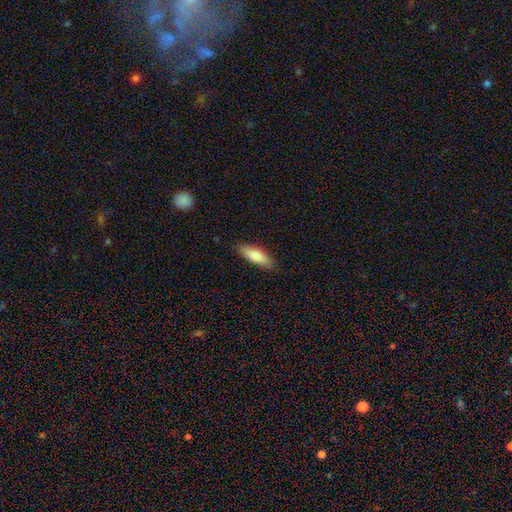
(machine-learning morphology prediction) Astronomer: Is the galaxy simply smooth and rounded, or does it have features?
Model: smooth — 83%.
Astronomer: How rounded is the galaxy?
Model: in between — 59% (runner-up: cigar-shaped, 40%).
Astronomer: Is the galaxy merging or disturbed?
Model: none — 87%.